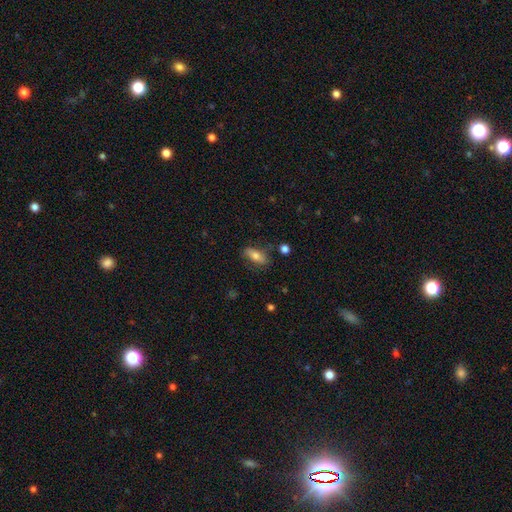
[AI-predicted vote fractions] Overall: smooth (71%). How rounded: in between (81%). Merging: none (76%).